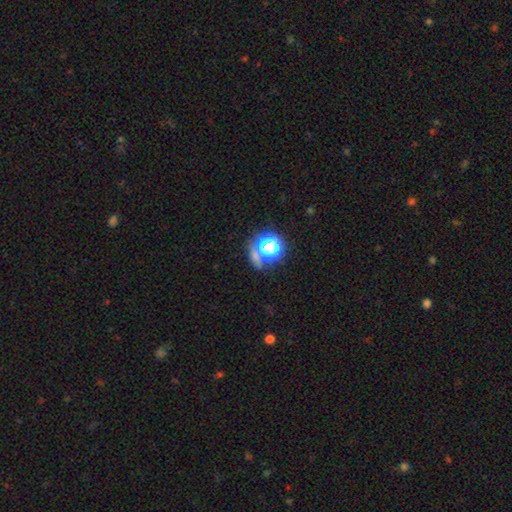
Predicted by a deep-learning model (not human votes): The model was most divided on "smooth or featured": smooth: 45%, star or artifact: 44%, featured or disk: 12%. More confident: merging — none (63%).